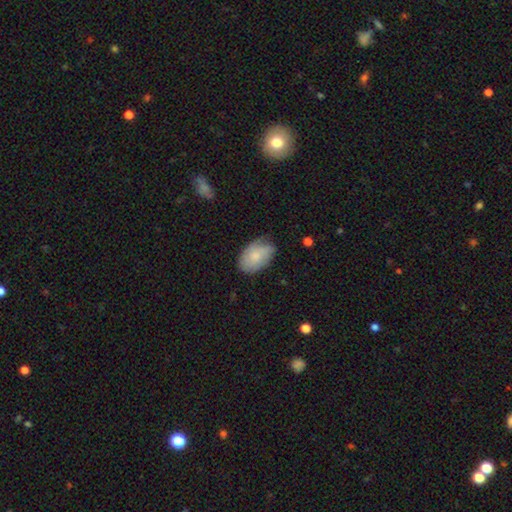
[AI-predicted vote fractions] Smooth or featured: smooth — 63% (featured or disk — 31%)
How rounded: in between — 90% (round — 9%)
Merging: none — 65% (minor disturbance — 27%)